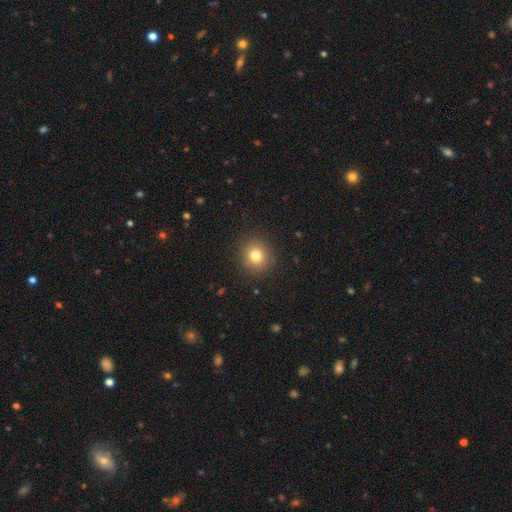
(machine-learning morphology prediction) Q: Smooth or featured?
A: smooth (80%); runner-up: star or artifact (12%)
Q: How rounded?
A: round (89%); runner-up: in between (10%)
Q: Merging?
A: none (90%); runner-up: minor disturbance (7%)